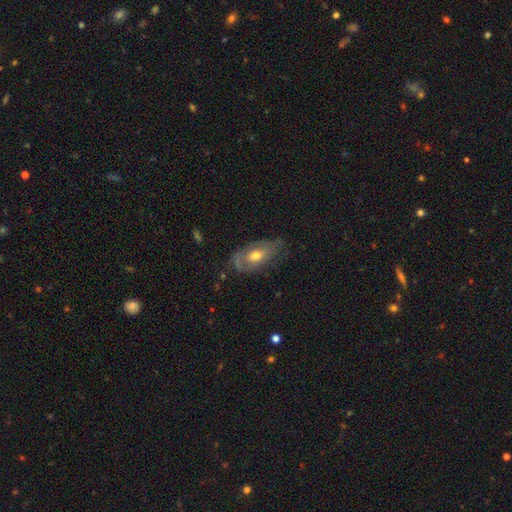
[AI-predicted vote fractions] smooth-or-featured: featured or disk: 52% | smooth: 41% | star or artifact: 7%
  disk-edge-on: no: 85% | yes: 15%
  merging: none: 56% | minor disturbance: 29% | major disturbance: 13% | merger: 2%